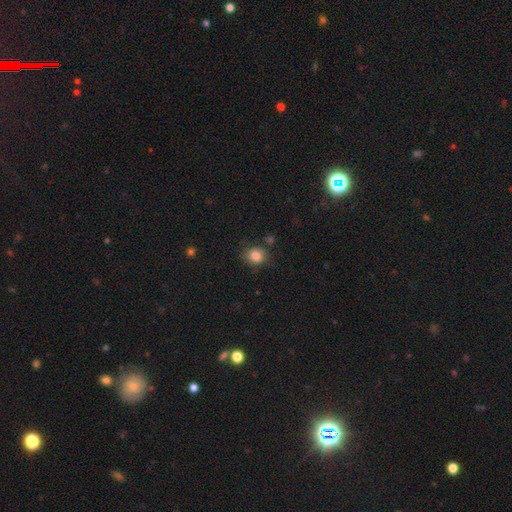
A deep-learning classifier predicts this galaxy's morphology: smooth-or-featured: smooth: 84% | star or artifact: 9% | featured or disk: 6%
  how-rounded: round: 66% | in between: 33% | cigar-shaped: 1%
  merging: none: 72% | minor disturbance: 19% | major disturbance: 5% | merger: 4%